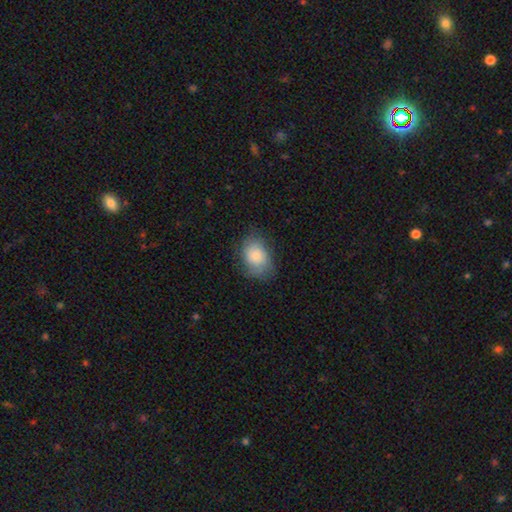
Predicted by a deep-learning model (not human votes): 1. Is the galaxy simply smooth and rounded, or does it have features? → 80% smooth, 13% featured or disk, 7% star or artifact.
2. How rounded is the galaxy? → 71% in between, 28% round, 1% cigar-shaped.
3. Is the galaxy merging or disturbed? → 70% none, 22% minor disturbance, 7% major disturbance, 1% merger.